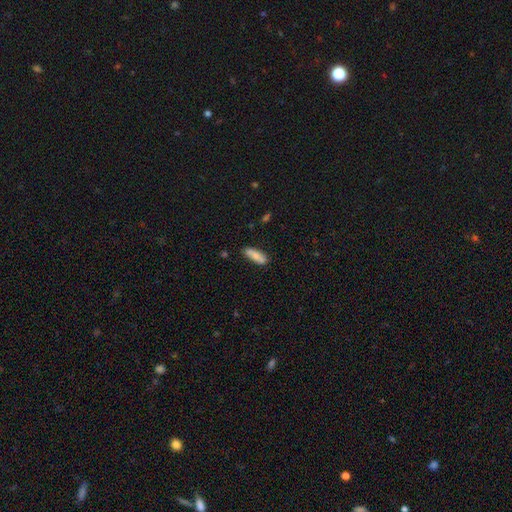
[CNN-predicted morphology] Overall: smooth (78%). How rounded: in between (53%; cigar-shaped 45%). Merging: none (80%).